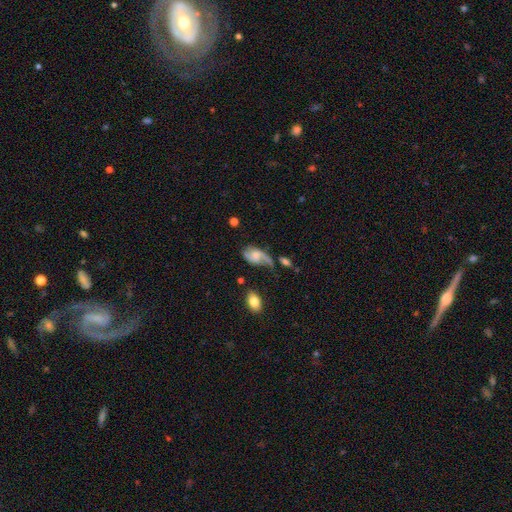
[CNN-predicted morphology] smooth-or-featured: featured or disk: 65% | smooth: 27% | star or artifact: 8%
  disk-edge-on: no: 96% | yes: 4%
    bar: no: 57% | weak: 36% | strong: 7%
    has-spiral-arms: yes: 89% | no: 11%
      spiral-winding: loose: 58% | medium: 32% | tight: 10%
      spiral-arm-count: 2: 76% | 1: 15% | can't tell: 6% | 3: 1% | 4: 1% | more than 4: 1%
    bulge-size: moderate: 32% | small: 31% | none: 24% | large: 10% | dominant: 2%
  merging: none: 40% | minor disturbance: 26% | major disturbance: 24% | merger: 10%